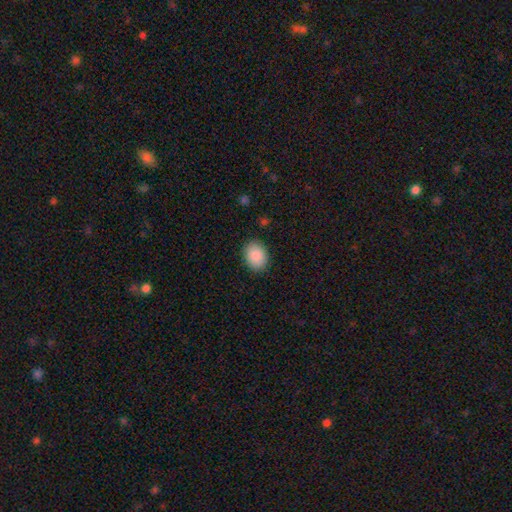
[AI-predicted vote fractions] smooth 89%, star or artifact 7%, featured or disk 4%. Down the decision tree: how rounded — in between (65%); merging — none (88%).